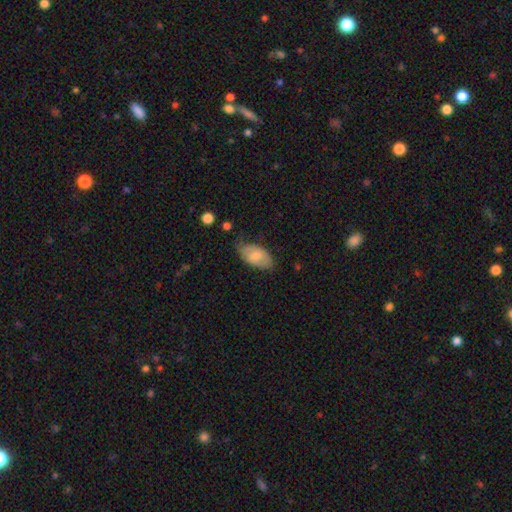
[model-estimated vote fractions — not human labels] A smooth galaxy with no disk features (70%) that is in between round and cigar-shaped (94%). Merging: none (59%).